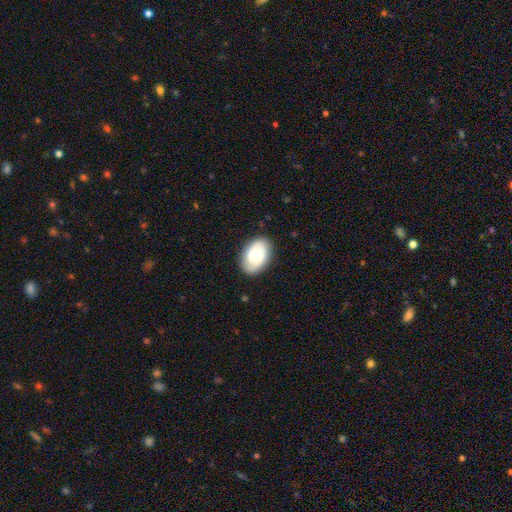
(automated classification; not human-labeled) Smooth or featured? smooth (63%)
How rounded? in between (89%)
Merging? none (85%)